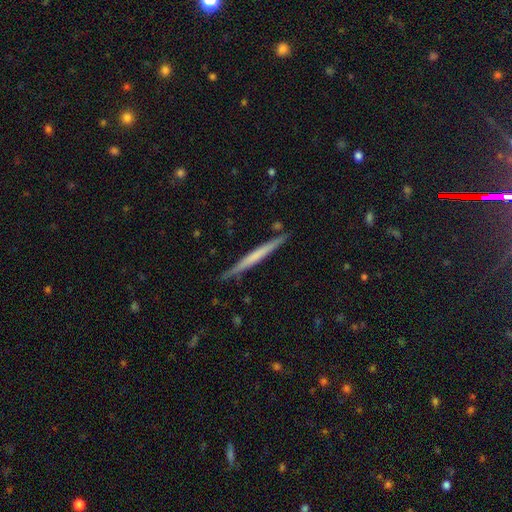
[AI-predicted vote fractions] This is possibly a smooth galaxy (48%). Merging: clearly none (88%).